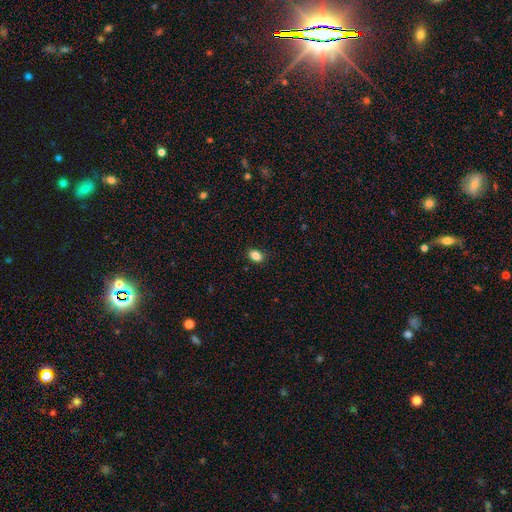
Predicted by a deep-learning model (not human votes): Smooth or featured: smooth — 86% (star or artifact — 10%)
How rounded: in between — 78% (round — 21%)
Merging: none — 87% (minor disturbance — 10%)